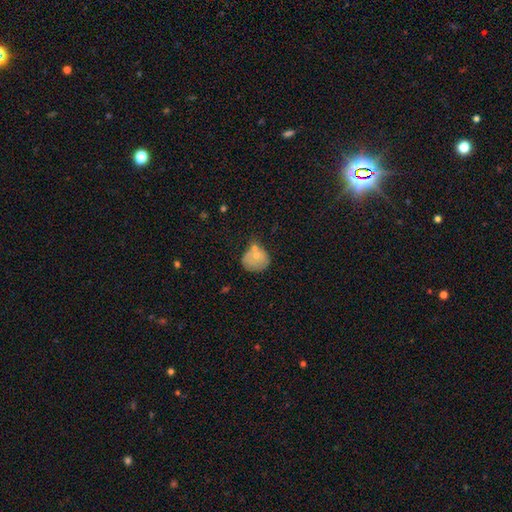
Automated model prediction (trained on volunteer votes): Smooth or featured? Predicted: smooth (p=0.61). How rounded? Predicted: round (p=0.72). Merging? Predicted: none (p=0.39).